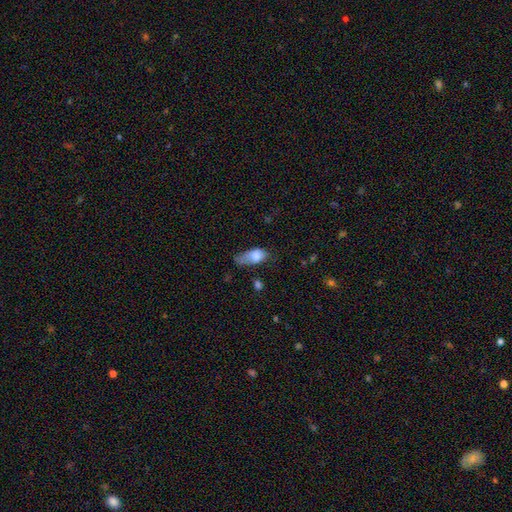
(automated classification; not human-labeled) Smooth or featured: smooth — 75% (featured or disk — 16%)
How rounded: in between — 87% (cigar-shaped — 7%)
Merging: minor disturbance — 36% (tied with major disturbance — 36%)